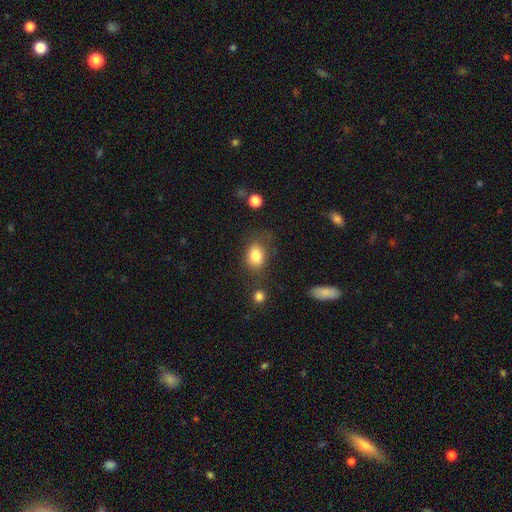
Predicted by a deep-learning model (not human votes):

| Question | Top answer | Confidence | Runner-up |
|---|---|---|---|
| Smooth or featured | smooth | 83% | star or artifact (9%) |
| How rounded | in between | 61% | round (38%) |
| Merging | none | 66% | minor disturbance (20%) |